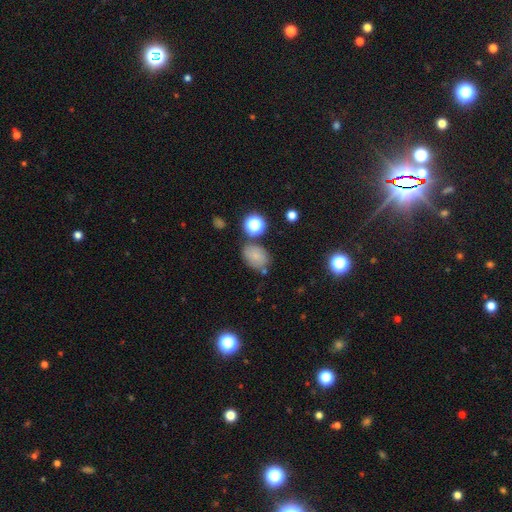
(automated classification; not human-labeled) This is likely a smooth galaxy (70%). How rounded: likely in between (69%). Merging: likely none (68%).